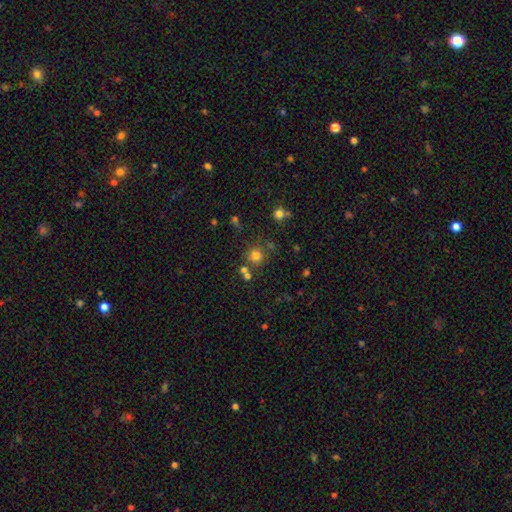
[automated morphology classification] Smooth or featured: smooth — 74% (star or artifact — 18%)
How rounded: round — 92% (in between — 7%)
Merging: none — 74% (merger — 14%)